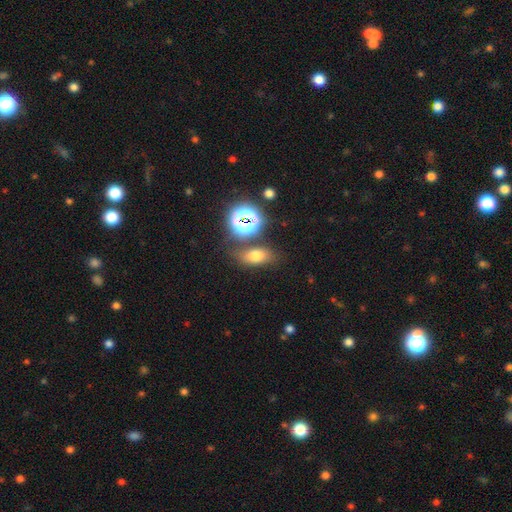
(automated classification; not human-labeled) This is likely a smooth galaxy (66%). How rounded: likely in between (71%). Merging: likely none (72%).